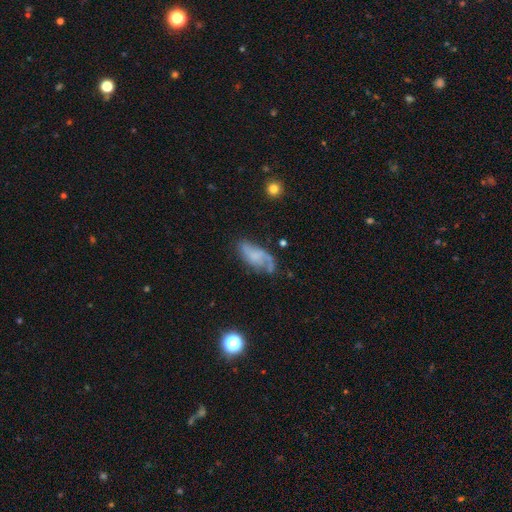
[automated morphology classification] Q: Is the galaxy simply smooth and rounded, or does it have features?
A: featured or disk — 46%.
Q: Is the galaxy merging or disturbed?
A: none — 44%.